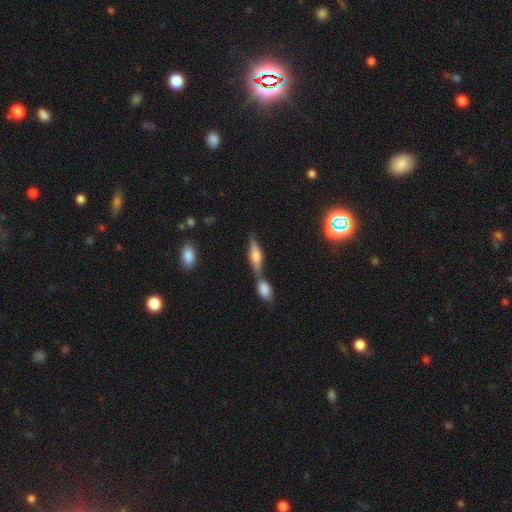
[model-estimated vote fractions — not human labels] Smooth or featured? smooth (46%)
Merging? merger (48%)